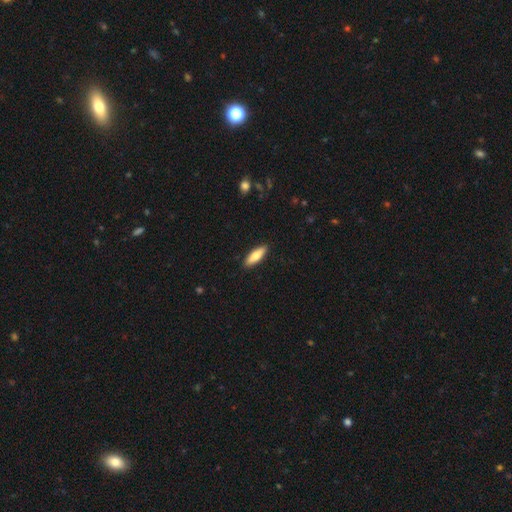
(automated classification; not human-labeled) Smooth or featured? smooth (75%)
How rounded? cigar-shaped (52%)
Merging? none (90%)